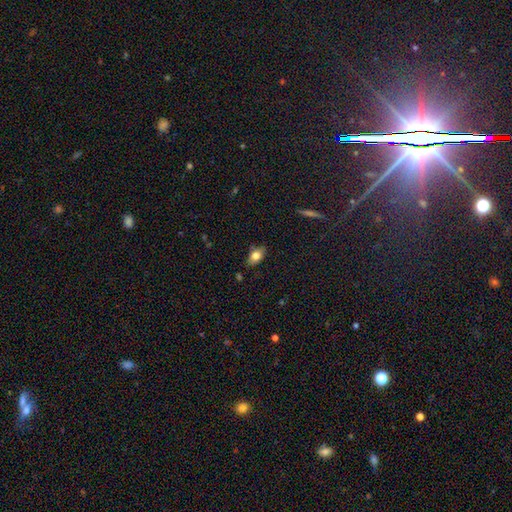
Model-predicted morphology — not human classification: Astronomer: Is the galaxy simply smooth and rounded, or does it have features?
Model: smooth — 75%.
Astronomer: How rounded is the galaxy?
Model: in between — 88%.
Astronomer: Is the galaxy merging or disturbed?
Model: none — 80%.